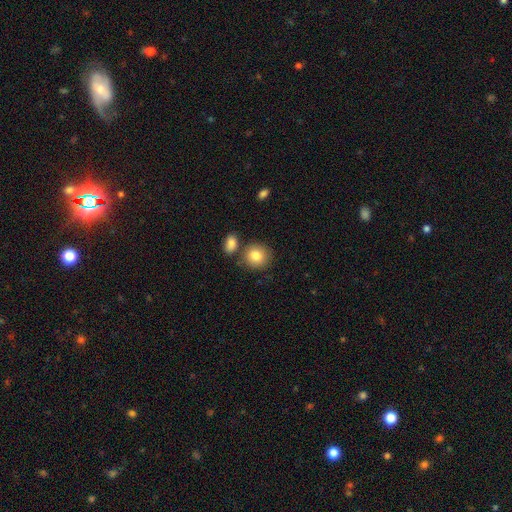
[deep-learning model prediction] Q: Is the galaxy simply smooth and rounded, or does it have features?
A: smooth — 83%.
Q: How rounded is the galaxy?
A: round — 84%.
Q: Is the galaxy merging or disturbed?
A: none — 74%.